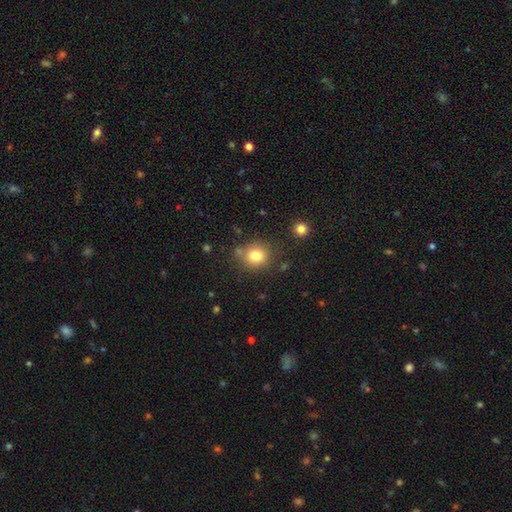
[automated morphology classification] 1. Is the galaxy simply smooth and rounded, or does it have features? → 80% smooth, 12% star or artifact, 8% featured or disk.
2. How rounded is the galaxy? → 87% round, 12% in between, 1% cigar-shaped.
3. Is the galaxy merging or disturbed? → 78% none, 11% minor disturbance, 7% merger, 4% major disturbance.